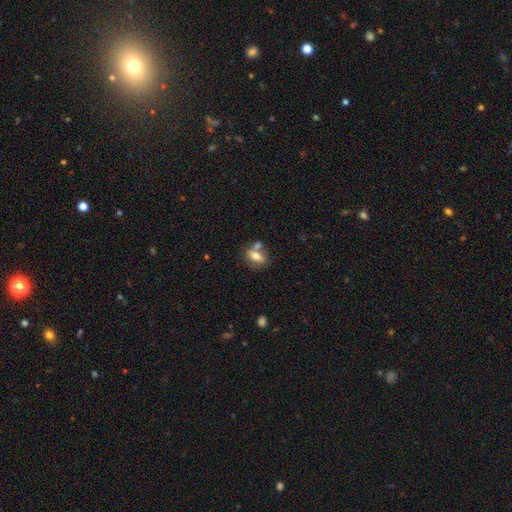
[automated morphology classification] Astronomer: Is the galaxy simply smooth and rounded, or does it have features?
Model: smooth — 70%.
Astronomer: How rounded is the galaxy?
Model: in between — 76%.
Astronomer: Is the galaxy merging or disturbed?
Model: none — 53% (runner-up: merger, 28%).